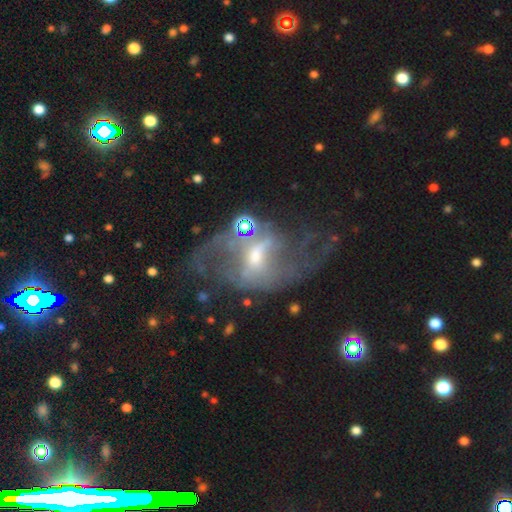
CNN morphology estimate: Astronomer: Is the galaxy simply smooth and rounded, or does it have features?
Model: featured or disk — 77%.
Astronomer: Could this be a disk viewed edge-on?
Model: no — 93%.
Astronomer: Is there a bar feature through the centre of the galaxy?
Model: weak — 39% (runner-up: no, 32%).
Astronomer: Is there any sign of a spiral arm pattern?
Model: yes — 67%.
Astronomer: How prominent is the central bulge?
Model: moderate — 48% (runner-up: small, 41%).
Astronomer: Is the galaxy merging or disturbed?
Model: none — 40% (runner-up: major disturbance, 34%).